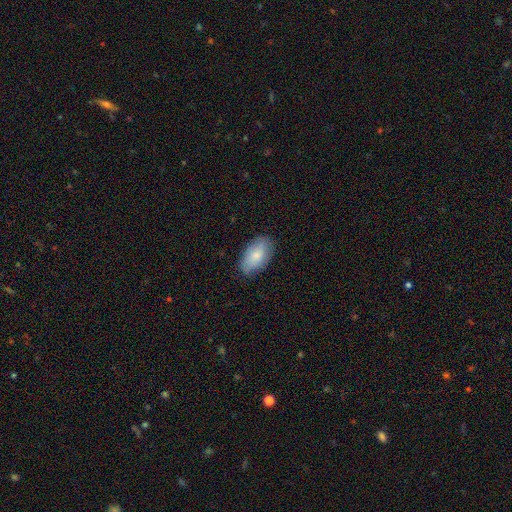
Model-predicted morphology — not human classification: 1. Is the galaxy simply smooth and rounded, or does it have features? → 81% smooth, 13% featured or disk, 6% star or artifact.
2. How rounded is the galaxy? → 94% in between, 4% round, 3% cigar-shaped.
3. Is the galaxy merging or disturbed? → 80% none, 16% minor disturbance, 3% major disturbance, 1% merger.